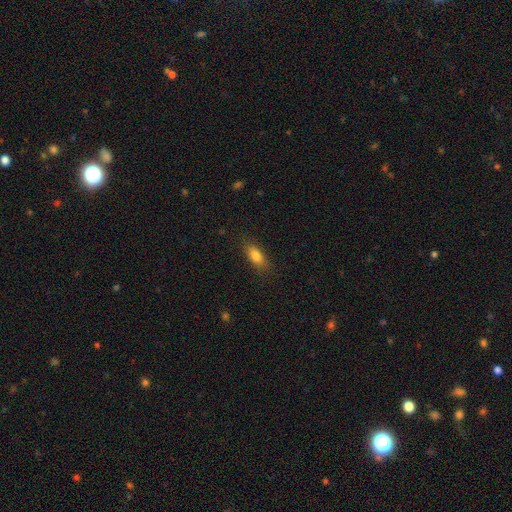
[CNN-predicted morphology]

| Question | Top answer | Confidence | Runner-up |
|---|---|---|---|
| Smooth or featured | smooth | 82% | featured or disk (10%) |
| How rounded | in between | 81% | cigar-shaped (14%) |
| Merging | none | 84% | minor disturbance (12%) |